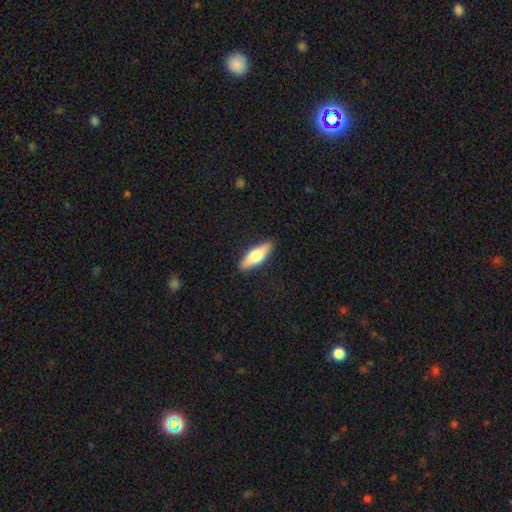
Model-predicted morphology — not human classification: A smooth galaxy with no disk features (61%) that is in between round and cigar-shaped (51%). Merging: none (89%).